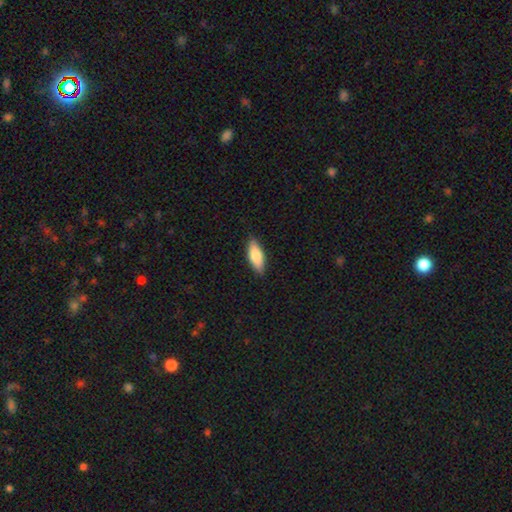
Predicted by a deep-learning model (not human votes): The model was most divided on "how rounded": in between: 69%, cigar-shaped: 29%, round: 2%. More confident: merging — none (88%); smooth or featured — smooth (77%).